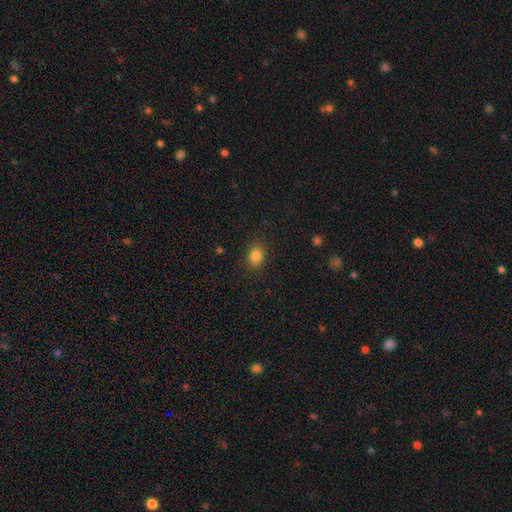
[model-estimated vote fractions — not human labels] This is clearly a smooth galaxy (84%). How rounded: likely in between (60%). Merging: clearly none (87%).